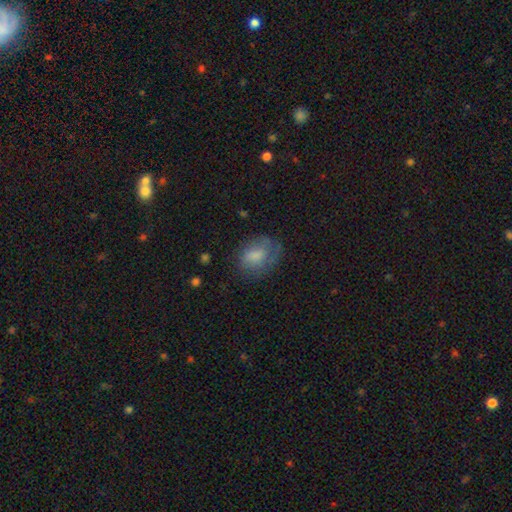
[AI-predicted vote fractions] smooth 71%, featured or disk 20%, star or artifact 9%. Down the decision tree: how rounded — in between (64%); merging — none (57%).